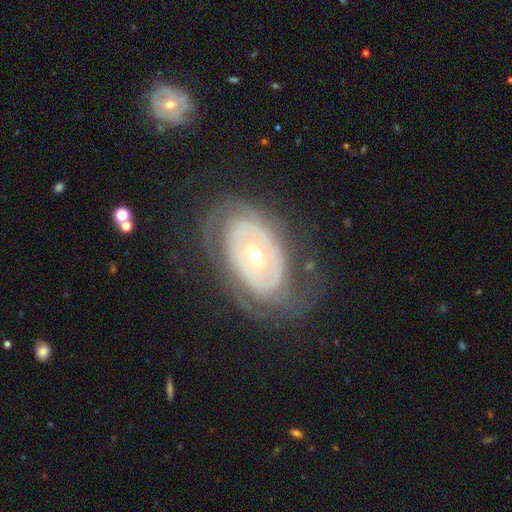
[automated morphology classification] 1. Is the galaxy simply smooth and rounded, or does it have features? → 80% featured or disk, 15% smooth, 5% star or artifact.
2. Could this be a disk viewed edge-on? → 94% no, 6% yes.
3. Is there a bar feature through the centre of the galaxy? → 79% no, 14% weak, 7% strong.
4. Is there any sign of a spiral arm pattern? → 61% yes, 39% no.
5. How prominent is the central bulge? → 56% moderate, 39% small, 3% large, 1% dominant, 1% none.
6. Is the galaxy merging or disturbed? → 68% none, 17% minor disturbance, 13% major disturbance, 2% merger.